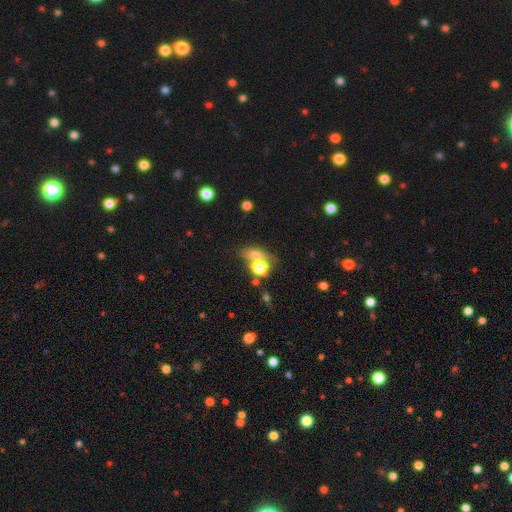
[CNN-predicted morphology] Smooth or featured?
  - smooth: 64% *
  - star or artifact: 21%
  - featured or disk: 15%
How rounded?
  - in between: 64% *
  - round: 32%
  - cigar-shaped: 4%
Merging?
  - none: 46% *
  - merger: 35%
  - minor disturbance: 12%
  - major disturbance: 7%